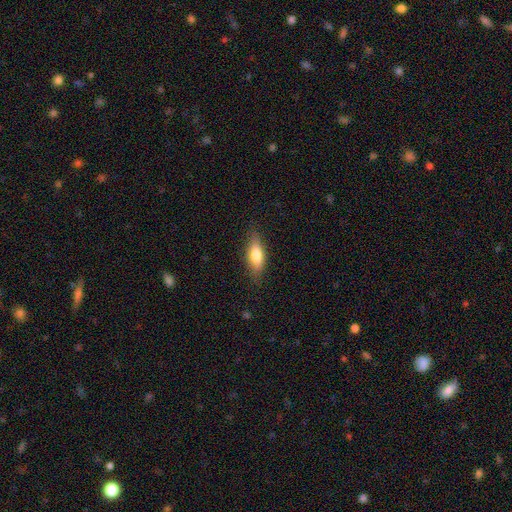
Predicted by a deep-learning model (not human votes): smooth 70%, featured or disk 24%, star or artifact 7%. Down the decision tree: how rounded — in between (62%); merging — none (82%).